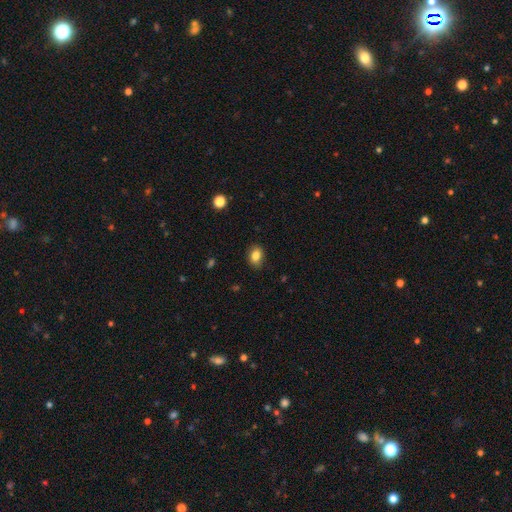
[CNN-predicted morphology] type=smooth (84%); roundness=in between (74%); merging=none (84%).